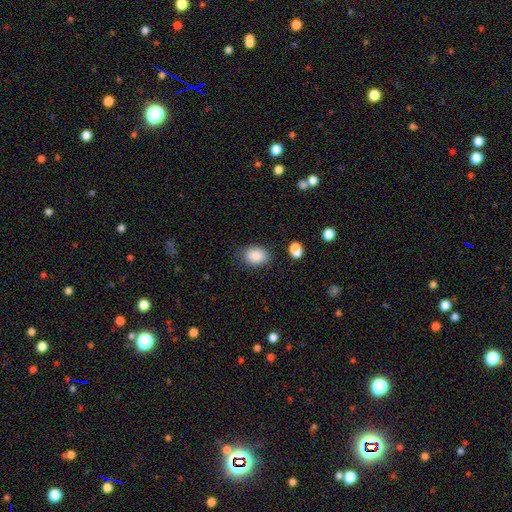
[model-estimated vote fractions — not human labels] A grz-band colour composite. It shows a smooth galaxy with no disk features (88%) that is in between round and cigar-shaped (74%). Merging: none (80%).